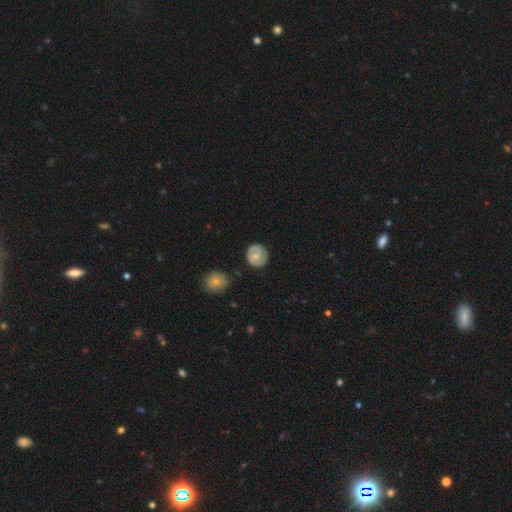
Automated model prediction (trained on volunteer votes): This is possibly a featured or disk galaxy (57%). It is clearly not viewed edge-on (98%). Bar: possibly no (51%). Spiral arm pattern: clearly yes (89%). Central bulge: possibly small (50%). Merging: clearly none (81%).